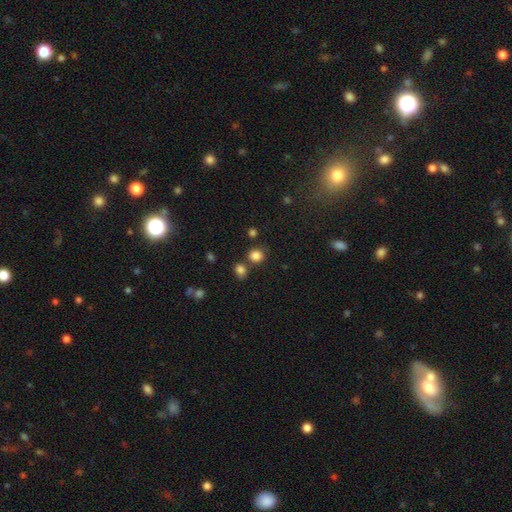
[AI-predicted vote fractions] smooth_or_featured: smooth (p=0.83) [alt: star or artifact p=0.13]
how_rounded: round (p=0.79) [alt: in between p=0.20]
merging: none (p=0.71) [alt: merger p=0.15]